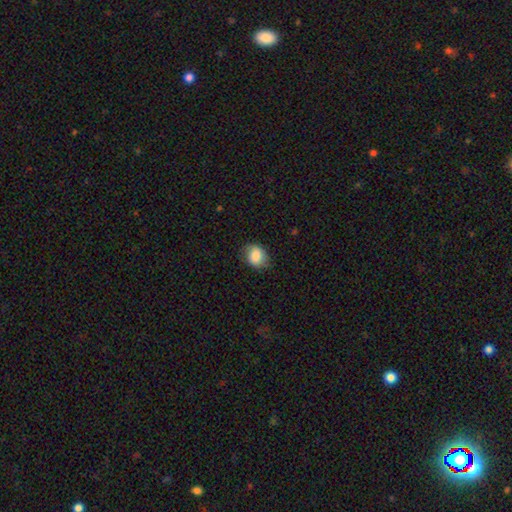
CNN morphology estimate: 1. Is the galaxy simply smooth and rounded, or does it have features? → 84% smooth, 8% featured or disk, 8% star or artifact.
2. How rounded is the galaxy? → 53% in between, 46% round, 1% cigar-shaped.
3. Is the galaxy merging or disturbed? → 75% none, 20% minor disturbance, 5% major disturbance, 1% merger.